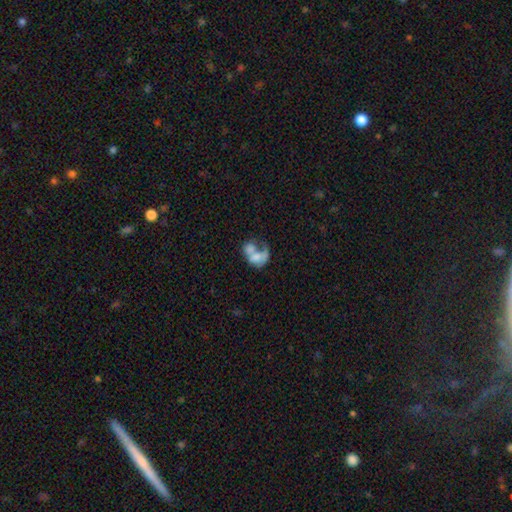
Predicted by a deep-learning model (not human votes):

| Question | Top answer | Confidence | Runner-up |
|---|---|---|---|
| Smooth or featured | smooth | 50% | featured or disk (41%) |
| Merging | merger | 59% | major disturbance (21%) |